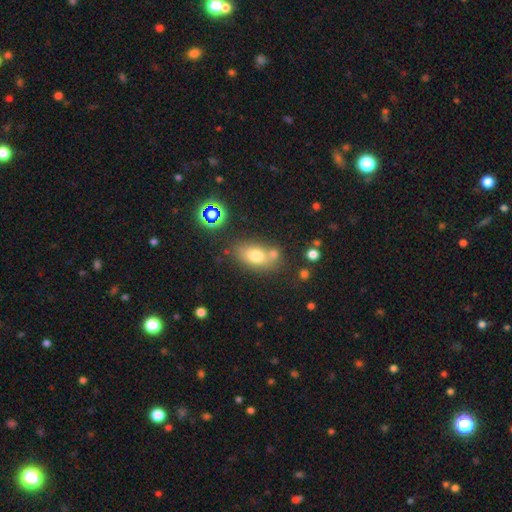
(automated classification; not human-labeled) Smooth or featured? Predicted: smooth (p=0.73). How rounded? Predicted: in between (p=0.82). Merging? Predicted: none (p=0.58).